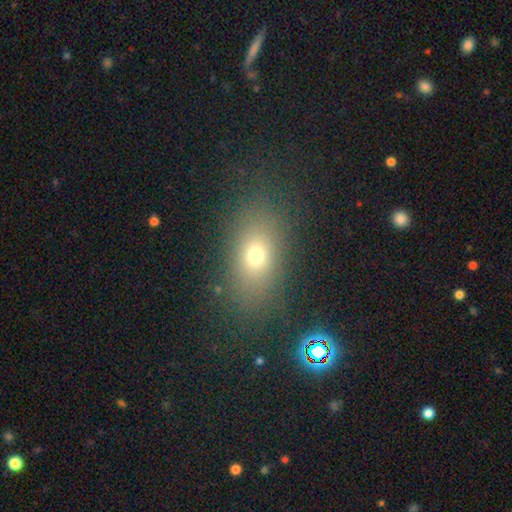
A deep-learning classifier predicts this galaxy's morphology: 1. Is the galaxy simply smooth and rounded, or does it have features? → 69% smooth, 17% star or artifact, 14% featured or disk.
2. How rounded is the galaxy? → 75% in between, 22% round, 4% cigar-shaped.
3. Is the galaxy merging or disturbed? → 81% none, 11% minor disturbance, 6% major disturbance, 2% merger.